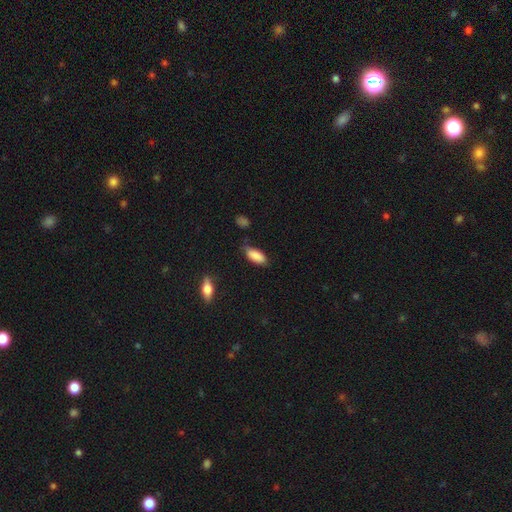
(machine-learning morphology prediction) type=smooth (86%); roundness=in between (85%); merging=none (68%).